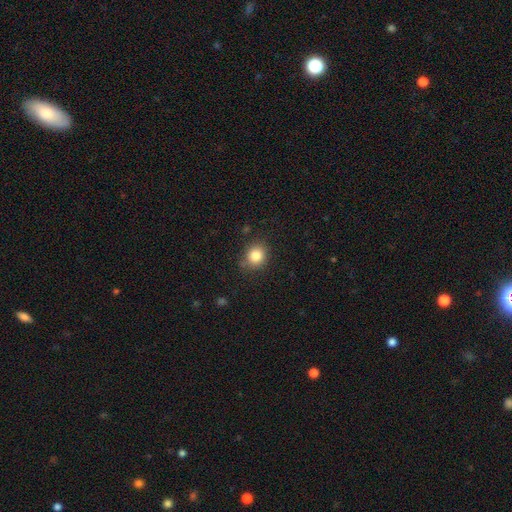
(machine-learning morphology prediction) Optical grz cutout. It shows a smooth galaxy with no disk features (83%) that is round (79%). Merging: none (82%).